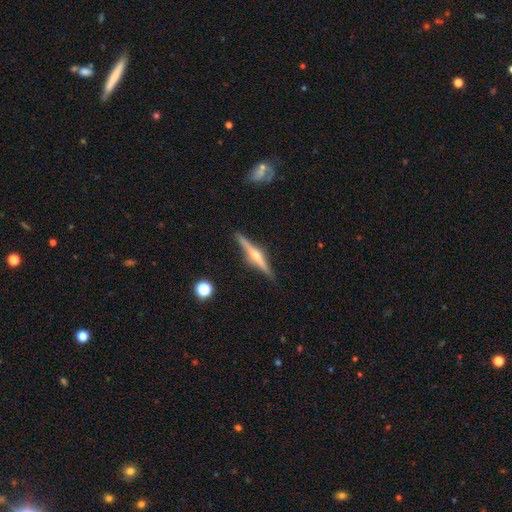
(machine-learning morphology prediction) Smooth or featured?
  - featured or disk: 77% *
  - smooth: 17%
  - star or artifact: 6%
Edge-on disk?
  - yes: 98% *
  - no: 2%
Edge-on bulge?
  - rounded: 88% *
  - boxy: 6%
  - none: 6%
Merging?
  - none: 89% *
  - minor disturbance: 8%
  - major disturbance: 2%
  - merger: 1%